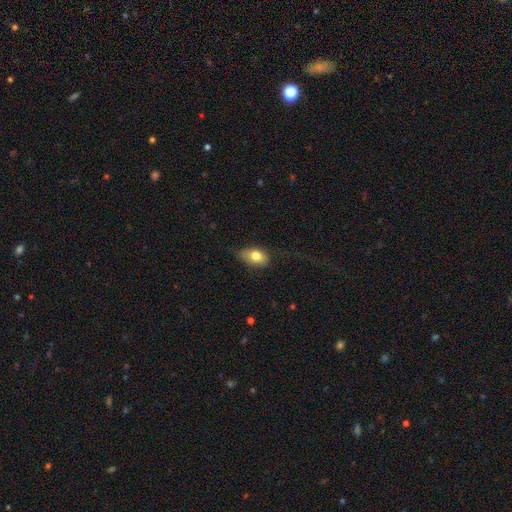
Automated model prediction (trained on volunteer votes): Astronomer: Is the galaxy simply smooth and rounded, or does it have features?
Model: smooth — 77%.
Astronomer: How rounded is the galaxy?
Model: in between — 85%.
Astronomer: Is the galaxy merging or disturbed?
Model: none — 57%.